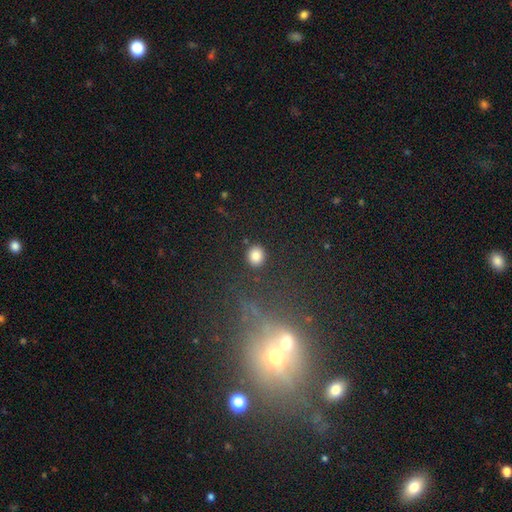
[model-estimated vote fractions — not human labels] smooth_or_featured: smooth (p=0.84) [alt: star or artifact p=0.11]
how_rounded: round (p=0.79) [alt: in between p=0.20]
merging: none (p=0.87) [alt: minor disturbance p=0.08]